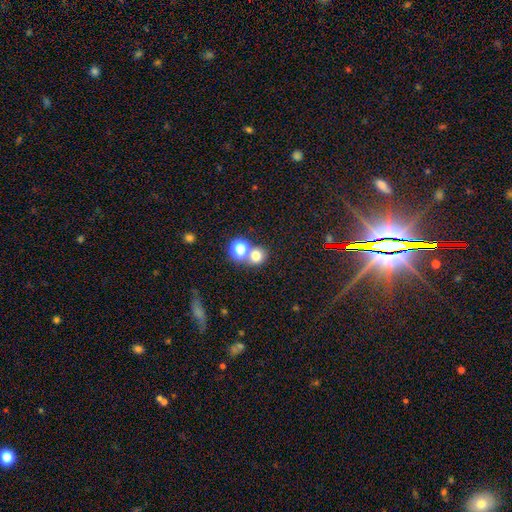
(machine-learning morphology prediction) Q: Smooth or featured?
A: smooth (73%); runner-up: star or artifact (18%)
Q: How rounded?
A: round (83%); runner-up: in between (16%)
Q: Merging?
A: none (55%); runner-up: merger (35%)